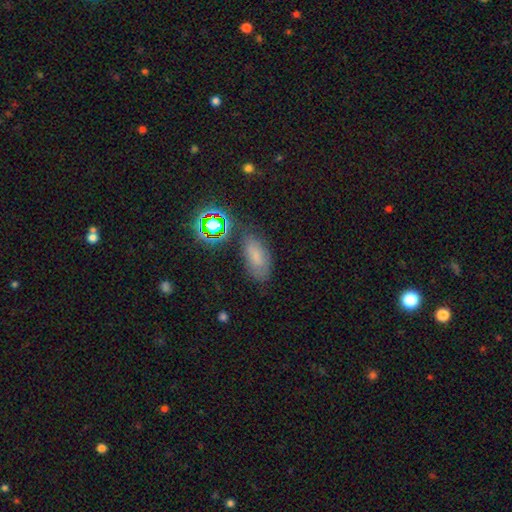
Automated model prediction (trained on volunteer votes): The model was most divided on "smooth or featured": smooth: 61%, star or artifact: 23%, featured or disk: 17%. More confident: how rounded — in between (87%); merging — none (67%).